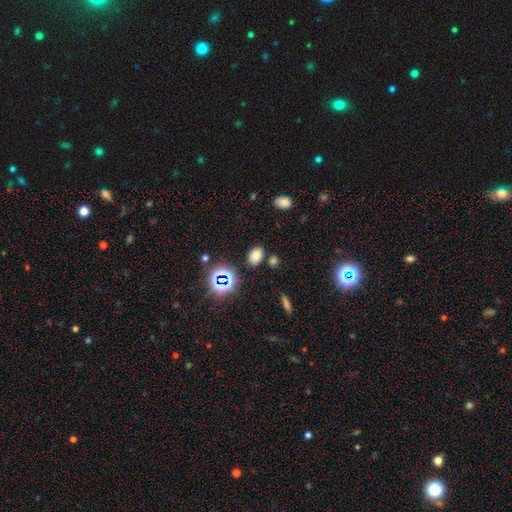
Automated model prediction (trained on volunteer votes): Q: Smooth or featured?
A: smooth (74%); runner-up: star or artifact (19%)
Q: How rounded?
A: in between (81%); runner-up: round (17%)
Q: Merging?
A: none (80%); runner-up: minor disturbance (10%)